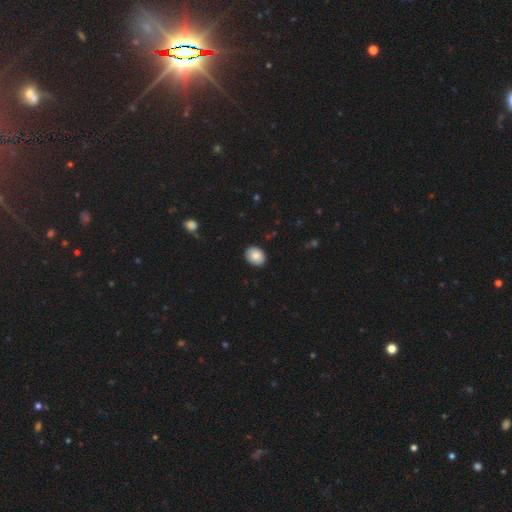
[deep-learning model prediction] smooth 83%, featured or disk 9%, star or artifact 7%. Down the decision tree: how rounded — in between (51%); merging — none (90%).